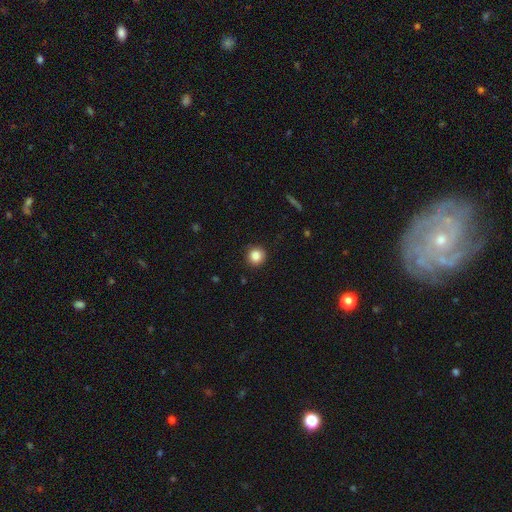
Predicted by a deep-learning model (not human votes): smooth-or-featured: smooth: 86% | star or artifact: 10% | featured or disk: 4%
  how-rounded: round: 94% | in between: 5% | cigar-shaped: 1%
  merging: none: 90% | minor disturbance: 7% | major disturbance: 2% | merger: 1%